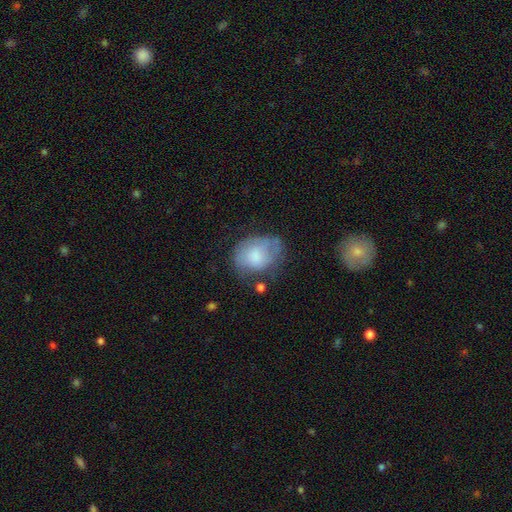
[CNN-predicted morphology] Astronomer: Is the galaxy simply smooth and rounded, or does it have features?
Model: smooth — 63%.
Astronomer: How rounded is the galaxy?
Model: in between — 60% (runner-up: round, 39%).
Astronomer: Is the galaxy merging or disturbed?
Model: none — 42% (runner-up: minor disturbance, 34%).